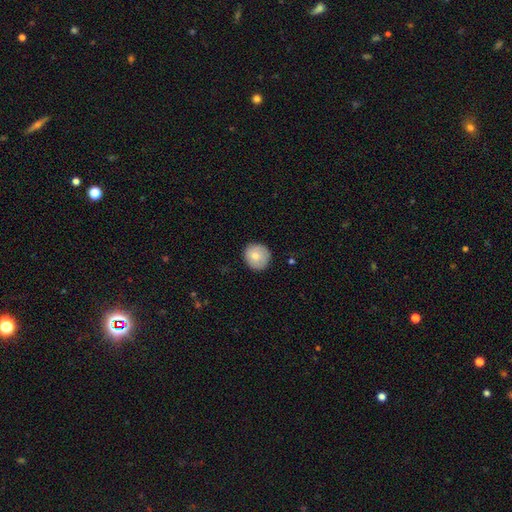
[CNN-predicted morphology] Smooth or featured? Predicted: smooth (p=0.78). How rounded? Predicted: round (p=0.89). Merging? Predicted: none (p=0.85).